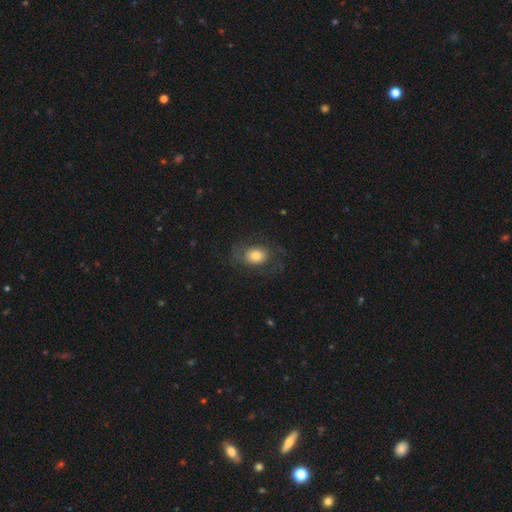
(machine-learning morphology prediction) The model was most divided on "how rounded": in between: 56%, round: 43%, cigar-shaped: 1%. More confident: merging — none (60%); smooth or featured — smooth (55%).